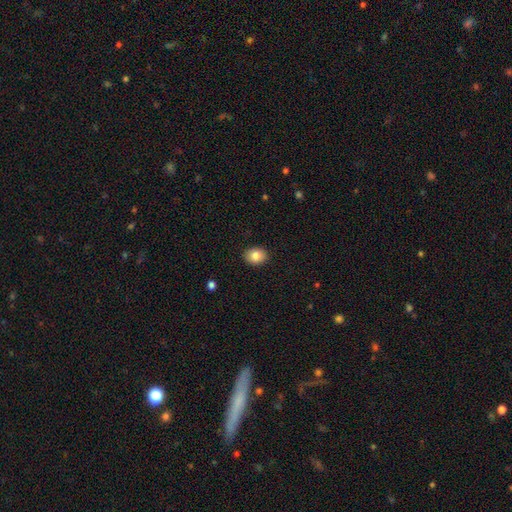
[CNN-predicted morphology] Smooth or featured? smooth (84%)
How rounded? in between (64%)
Merging? none (90%)